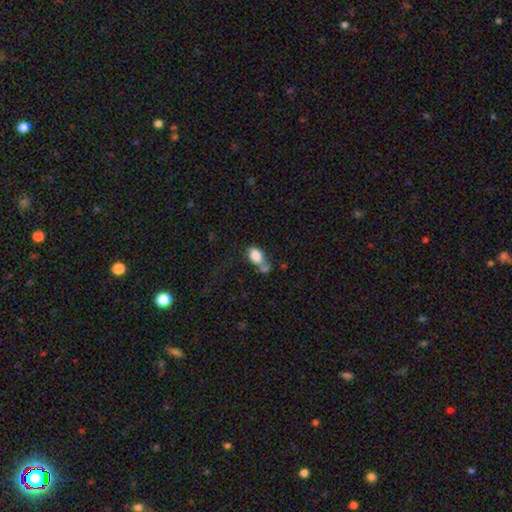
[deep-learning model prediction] Morphology: type=smooth (83%); roundness=in between (84%); merging=merger (39%).